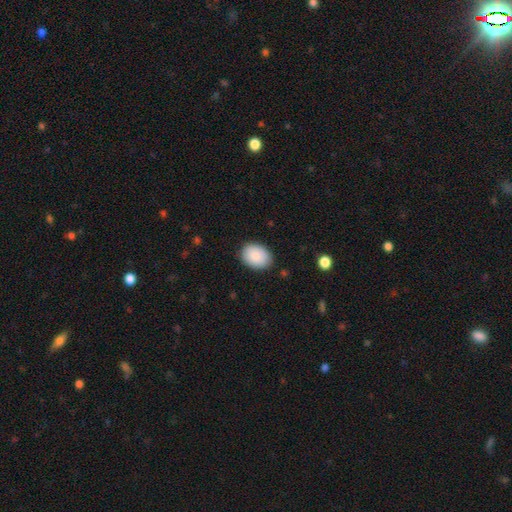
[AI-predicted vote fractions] smooth 87%, featured or disk 7%, star or artifact 7%. Down the decision tree: how rounded — in between (71%); merging — none (85%).